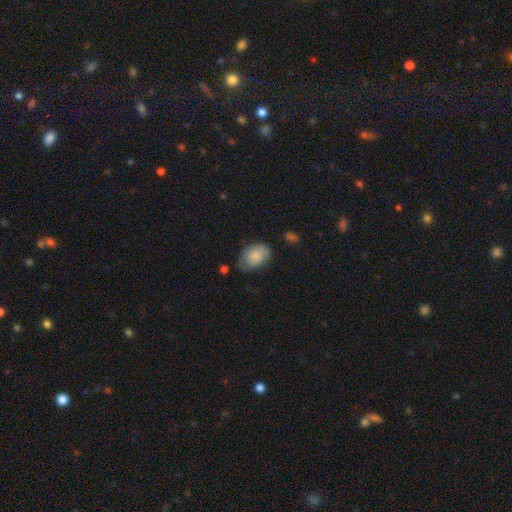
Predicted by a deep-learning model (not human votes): This is likely a smooth galaxy (80%). How rounded: clearly in between (82%). Merging: possibly none (58%).